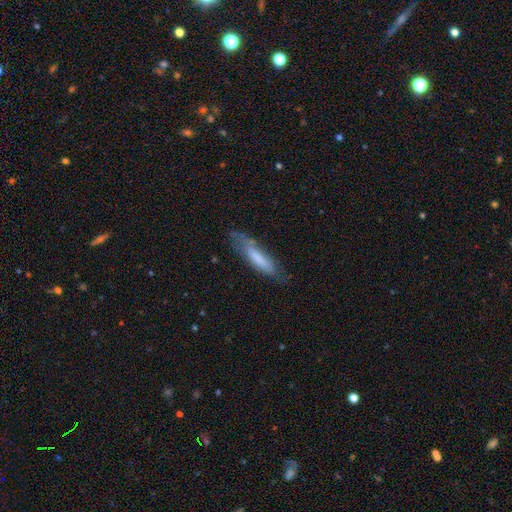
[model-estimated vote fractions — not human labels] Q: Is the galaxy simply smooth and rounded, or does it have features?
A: smooth — 55%.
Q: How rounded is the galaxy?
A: cigar-shaped — 77%.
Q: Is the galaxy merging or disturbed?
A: none — 66%.